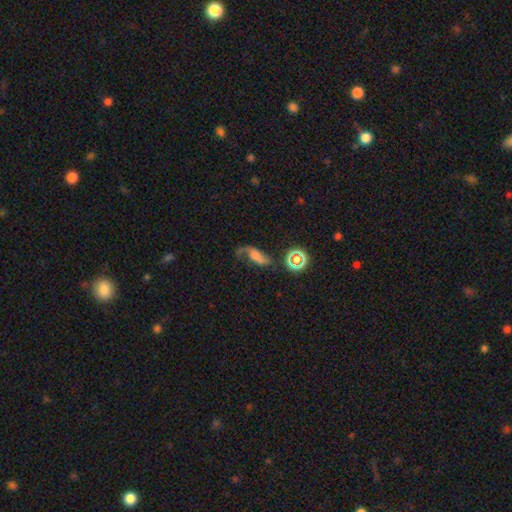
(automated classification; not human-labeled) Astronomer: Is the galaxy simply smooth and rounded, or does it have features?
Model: featured or disk — 53% (runner-up: smooth, 31%).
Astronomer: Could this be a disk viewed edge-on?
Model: no — 89%.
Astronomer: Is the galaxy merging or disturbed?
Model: none — 41% (runner-up: major disturbance, 30%).